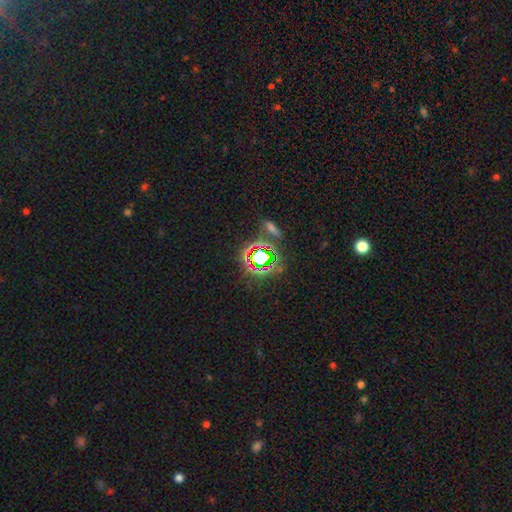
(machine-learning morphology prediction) Smooth or featured: star or artifact — 67% (smooth — 21%)